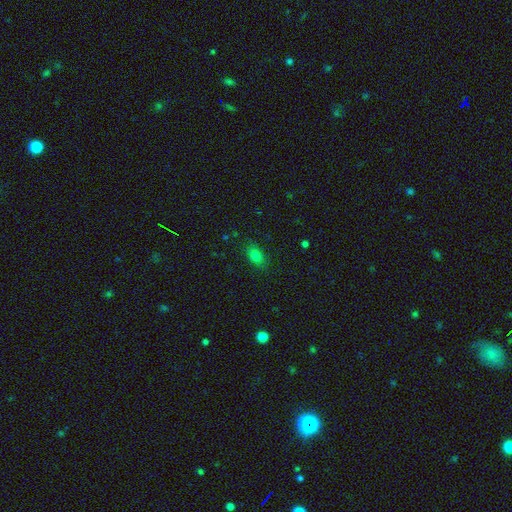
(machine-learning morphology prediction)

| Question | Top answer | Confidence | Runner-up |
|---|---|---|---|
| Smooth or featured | smooth | 79% | star or artifact (14%) |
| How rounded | in between | 81% | round (15%) |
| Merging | none | 83% | minor disturbance (12%) |